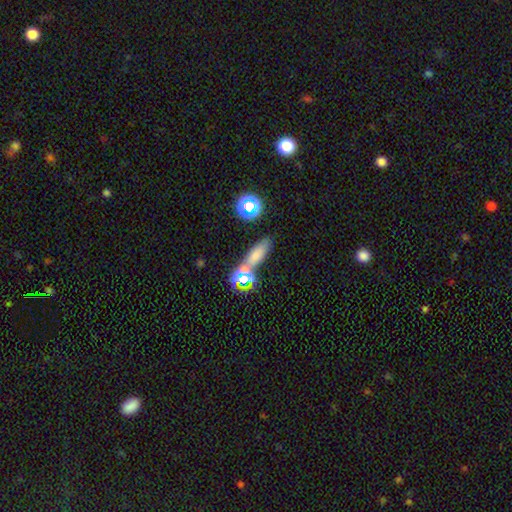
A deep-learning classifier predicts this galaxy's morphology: This is likely a smooth galaxy (66%). How rounded: possibly in between (52%). Merging: likely none (65%).